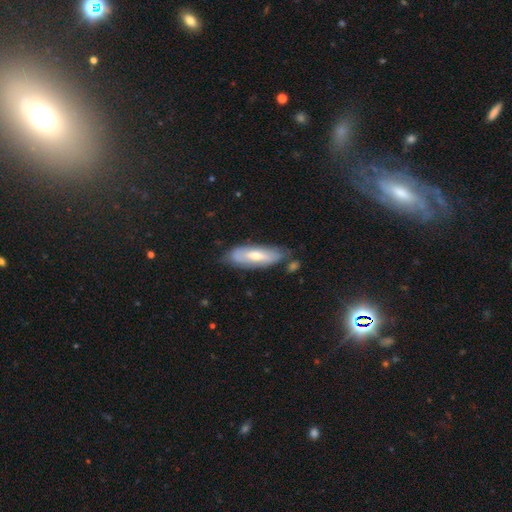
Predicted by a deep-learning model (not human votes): Smooth or featured: featured or disk — 50% (smooth — 44%)
Merging: none — 67% (minor disturbance — 22%)